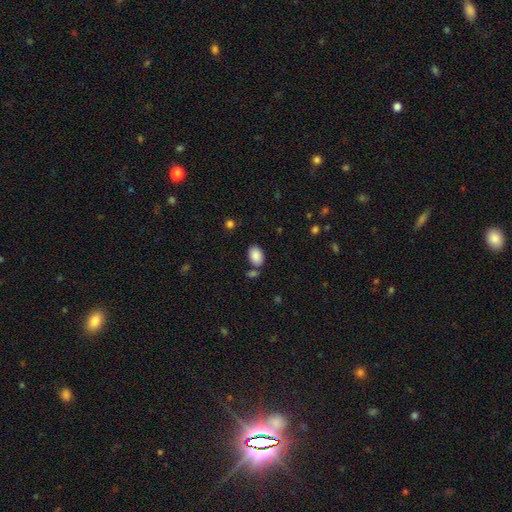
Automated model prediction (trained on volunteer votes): This appears to be a smooth galaxy with no disk features (88%) that is in between round and cigar-shaped (87%). Merging: none (71%).